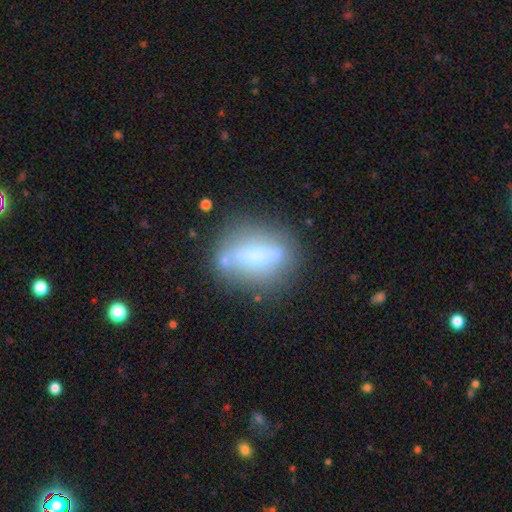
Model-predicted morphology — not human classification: type=featured or disk (46%); merging=none (67%).